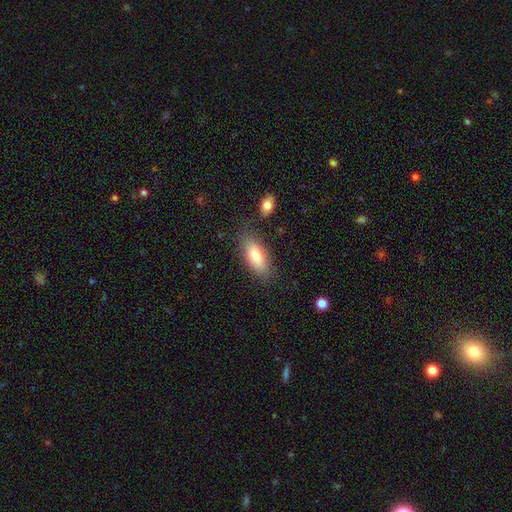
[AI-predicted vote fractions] smooth-or-featured: smooth: 76% | featured or disk: 17% | star or artifact: 7%
  how-rounded: in between: 78% | cigar-shaped: 19% | round: 3%
  merging: none: 79% | minor disturbance: 13% | merger: 4% | major disturbance: 4%